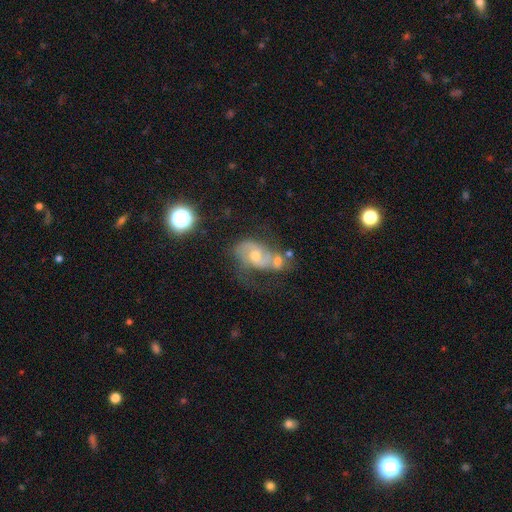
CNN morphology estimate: A featured or disk galaxy (69%) with no bar (64%), 2 (74%) medium (47%) spiral arms (83%) and a moderate central bulge (64%). Merging: none (34%).